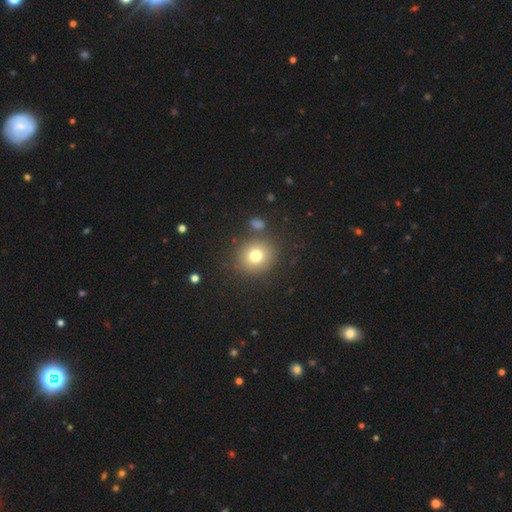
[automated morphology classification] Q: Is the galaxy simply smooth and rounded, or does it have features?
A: smooth — 77%.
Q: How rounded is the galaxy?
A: round — 84%.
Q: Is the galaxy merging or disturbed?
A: none — 84%.